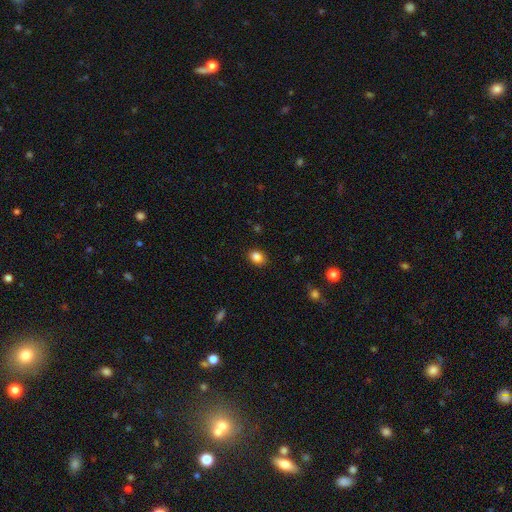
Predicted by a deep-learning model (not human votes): This is clearly a smooth galaxy (86%). How rounded: likely in between (62%). Merging: clearly none (87%).